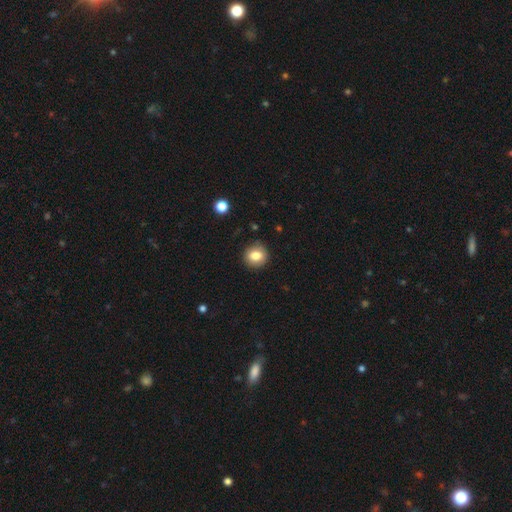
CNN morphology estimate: Smooth or featured: smooth — 81% (star or artifact — 10%)
How rounded: round — 85% (in between — 14%)
Merging: none — 88% (minor disturbance — 9%)